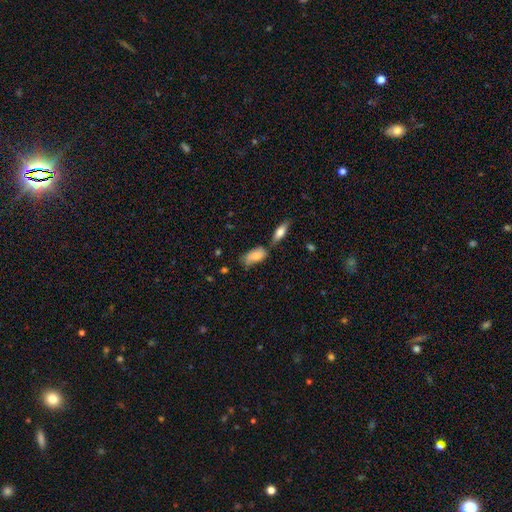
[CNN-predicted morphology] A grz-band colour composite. It shows a smooth galaxy with no disk features (71%) that is in between round and cigar-shaped (88%). Merging: none (51%).